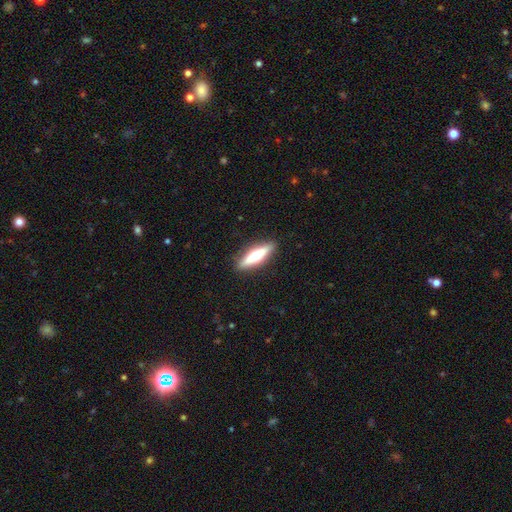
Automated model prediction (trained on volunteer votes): Q: Smooth or featured?
A: smooth (48%); runner-up: featured or disk (46%)
Q: Merging?
A: none (90%); runner-up: minor disturbance (7%)